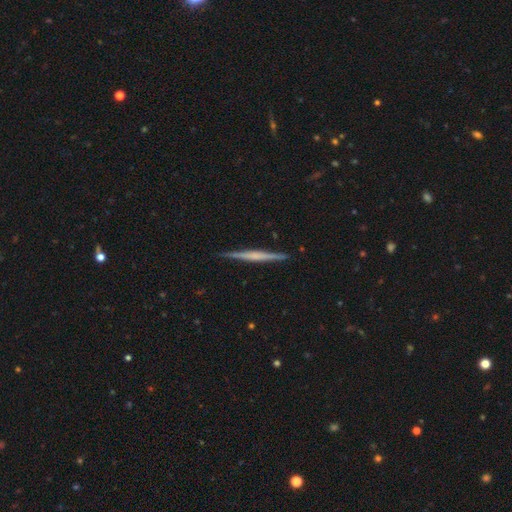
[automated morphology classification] This is likely a featured or disk galaxy (70%). It is clearly viewed edge-on (98%). Edge-on bulge: possibly none (46%). Merging: clearly none (91%).